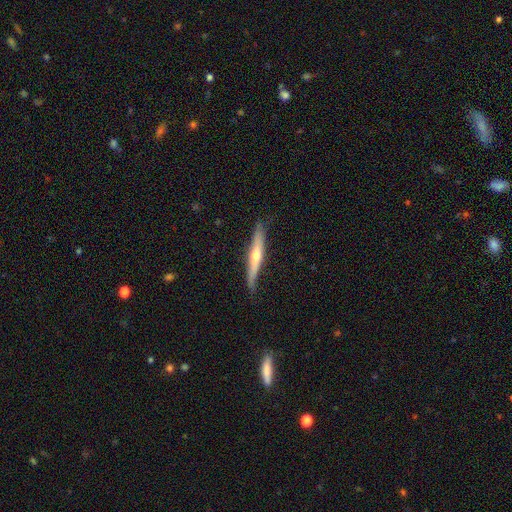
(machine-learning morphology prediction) Smooth or featured?
  - featured or disk: 62% *
  - smooth: 33%
  - star or artifact: 6%
Edge-on disk?
  - yes: 95% *
  - no: 5%
Edge-on bulge?
  - rounded: 82% *
  - none: 14%
  - boxy: 4%
Merging?
  - none: 80% *
  - minor disturbance: 16%
  - major disturbance: 2%
  - merger: 1%